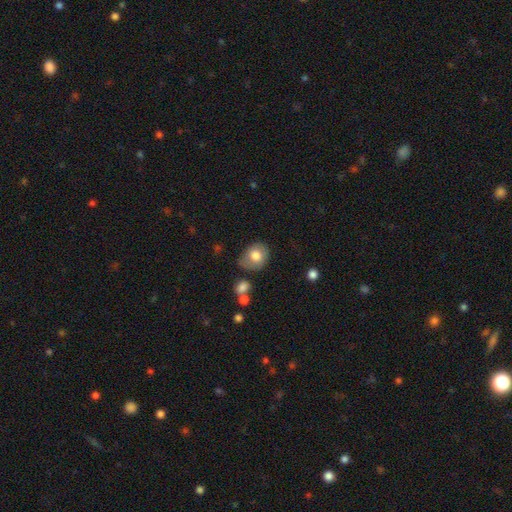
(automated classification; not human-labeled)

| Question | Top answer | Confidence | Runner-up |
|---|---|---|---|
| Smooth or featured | smooth | 77% | featured or disk (15%) |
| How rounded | in between | 51% | round (48%) |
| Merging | none | 64% | minor disturbance (24%) |